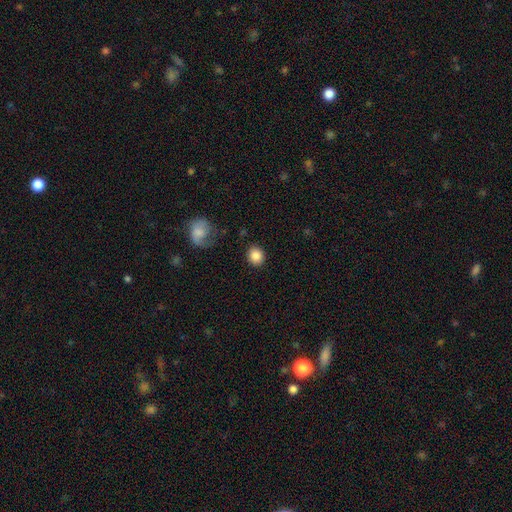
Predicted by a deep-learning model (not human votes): smooth_or_featured: smooth (p=0.86) [alt: star or artifact p=0.08]
how_rounded: round (p=0.72) [alt: in between p=0.27]
merging: none (p=0.85) [alt: minor disturbance p=0.09]